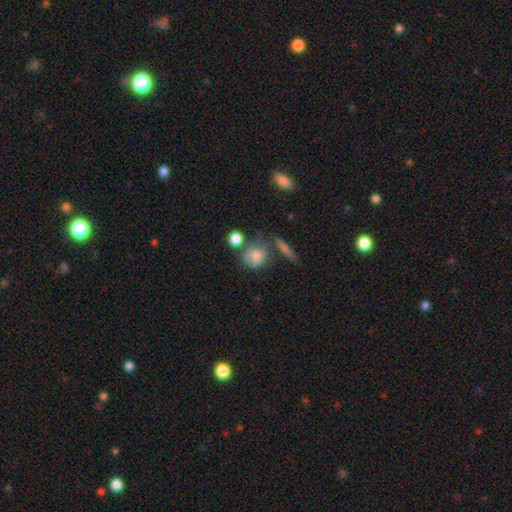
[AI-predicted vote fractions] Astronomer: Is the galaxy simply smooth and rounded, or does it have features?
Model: smooth — 72%.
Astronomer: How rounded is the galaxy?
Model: round — 70%.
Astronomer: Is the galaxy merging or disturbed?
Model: none — 46%.